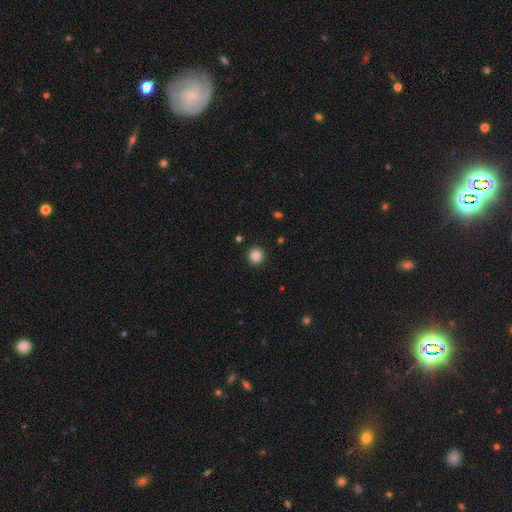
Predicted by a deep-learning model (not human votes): A smooth galaxy with no disk features (85%) that is round (93%). Merging: none (92%).